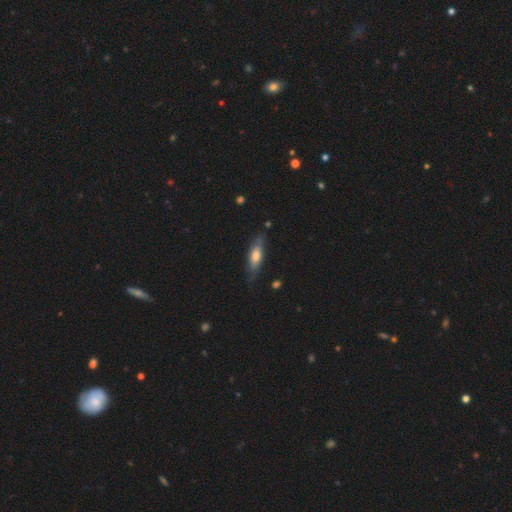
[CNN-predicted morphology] smooth_or_featured: smooth (p=0.60) [alt: featured or disk p=0.34]
how_rounded: in between (p=0.51) [alt: cigar-shaped p=0.47]
merging: none (p=0.72) [alt: minor disturbance p=0.21]